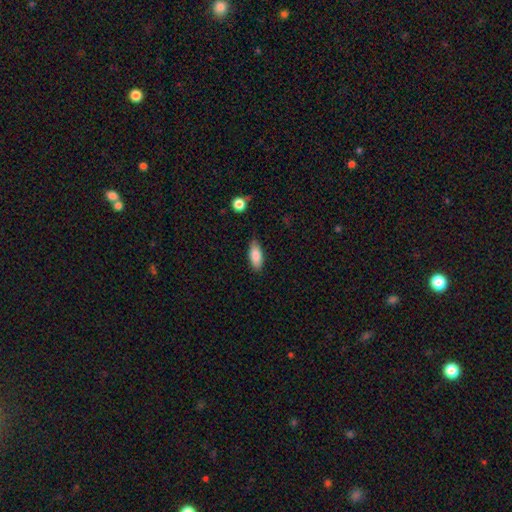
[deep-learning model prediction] Smooth or featured? smooth (86%)
How rounded? in between (80%)
Merging? none (82%)